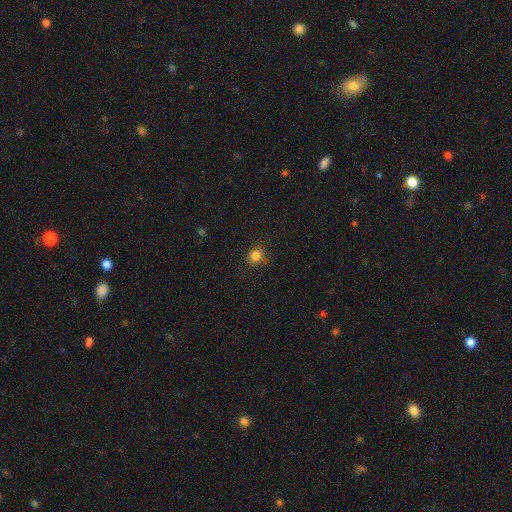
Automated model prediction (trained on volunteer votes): A smooth galaxy with no disk features (83%) that is round (67%). Merging: none (74%).